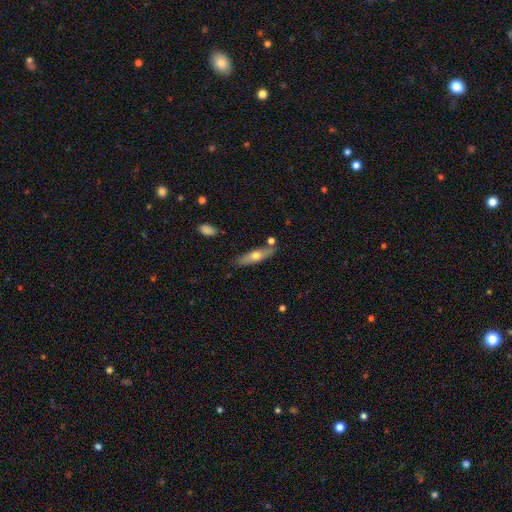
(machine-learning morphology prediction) smooth_or_featured: smooth (p=0.52) [alt: featured or disk p=0.42]
how_rounded: cigar-shaped (p=0.64) [alt: in between p=0.34]
merging: none (p=0.78) [alt: minor disturbance p=0.13]